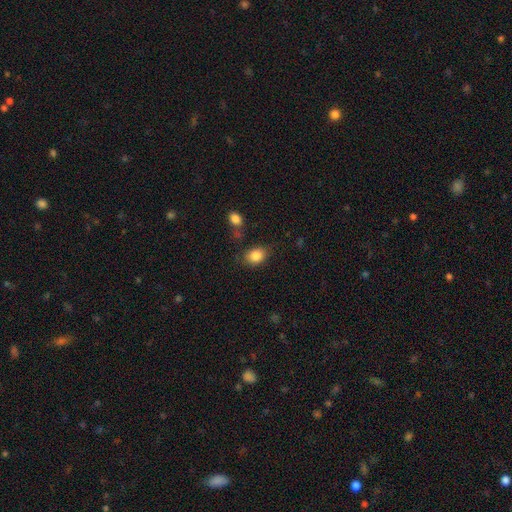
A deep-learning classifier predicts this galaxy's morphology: type=smooth (85%); roundness=in between (68%); merging=none (74%).